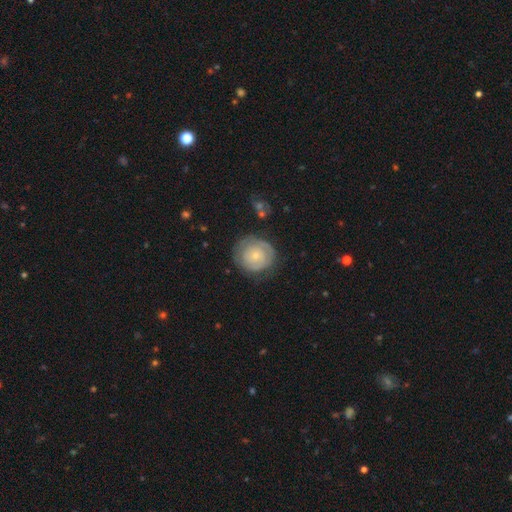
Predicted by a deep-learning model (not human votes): smooth-or-featured: featured or disk: 49% | smooth: 45% | star or artifact: 6%
  merging: none: 69% | minor disturbance: 20% | major disturbance: 9% | merger: 2%